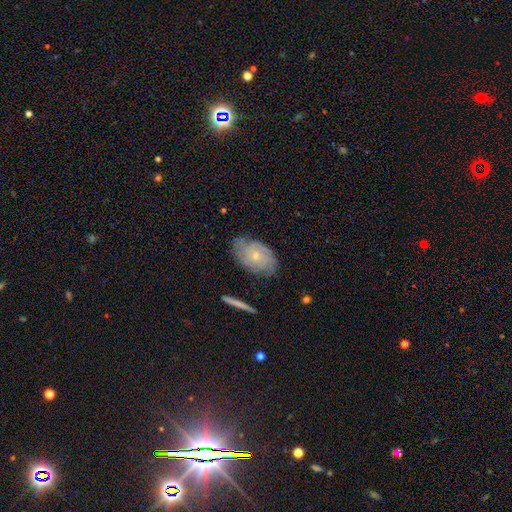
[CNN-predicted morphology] smooth-or-featured: featured or disk: 72% | smooth: 21% | star or artifact: 7%
  disk-edge-on: no: 94% | yes: 6%
    bar: no: 80% | weak: 17% | strong: 3%
    has-spiral-arms: yes: 91% | no: 9%
      spiral-winding: tight: 66% | medium: 26% | loose: 8%
      spiral-arm-count: can't tell: 41% | 2: 23% | 3: 17% | 4: 9% | more than 4: 5% | 1: 5%
    bulge-size: small: 72% | moderate: 25% | none: 2% | large: 1% | dominant: 1%
  merging: none: 72% | minor disturbance: 21% | major disturbance: 6% | merger: 2%